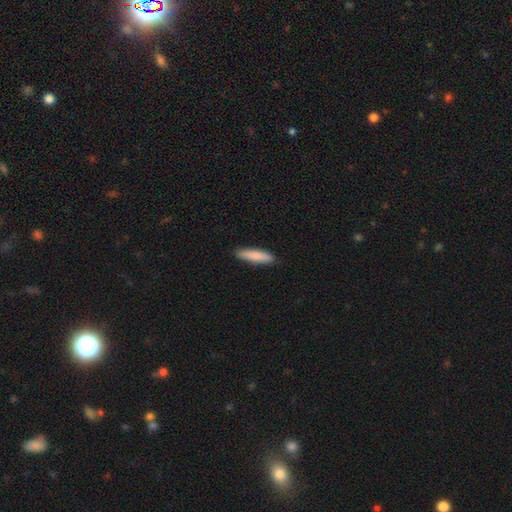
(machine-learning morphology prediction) smooth 83%, featured or disk 11%, star or artifact 5%. Down the decision tree: how rounded — cigar-shaped (79%); merging — none (89%).